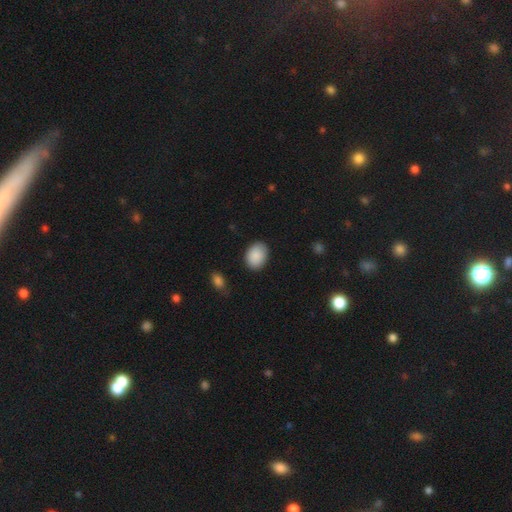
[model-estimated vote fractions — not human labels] Overall: smooth (90%). How rounded: in between (69%; round 30%). Merging: none (84%).